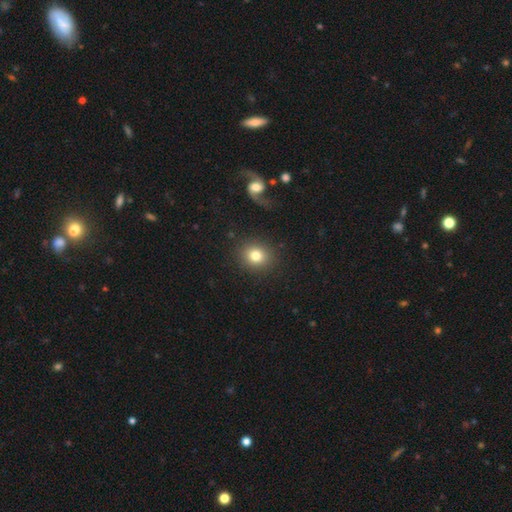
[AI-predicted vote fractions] The model was most divided on "how rounded": round: 77%, in between: 22%, cigar-shaped: 1%. More confident: merging — none (87%); smooth or featured — smooth (80%).